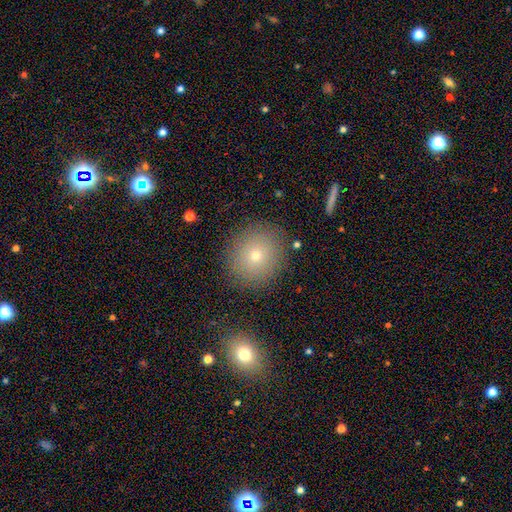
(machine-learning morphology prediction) Overall: smooth (72%). How rounded: round (85%). Merging: none (88%).